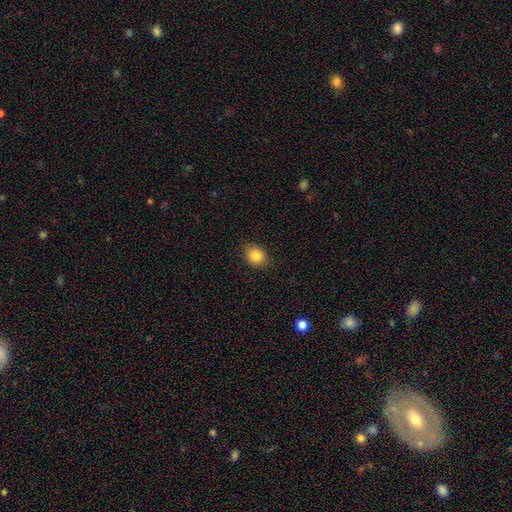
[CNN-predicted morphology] Smooth or featured? smooth (84%)
How rounded? in between (53%)
Merging? none (86%)